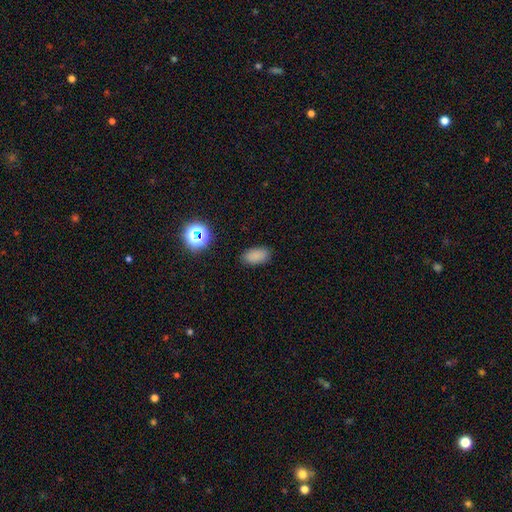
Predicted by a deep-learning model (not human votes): Q: Smooth or featured?
A: smooth (82%); runner-up: star or artifact (13%)
Q: How rounded?
A: in between (92%); runner-up: round (6%)
Q: Merging?
A: none (86%); runner-up: minor disturbance (10%)